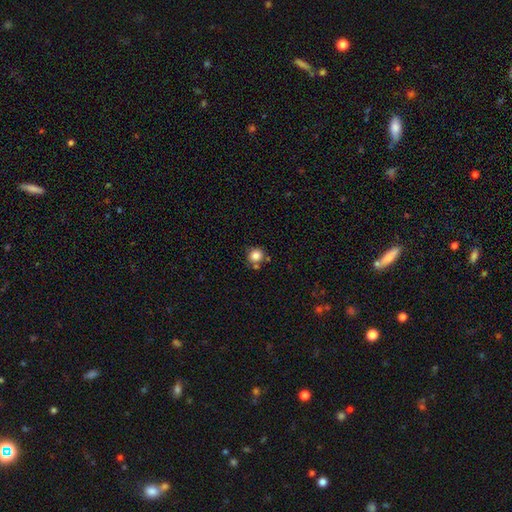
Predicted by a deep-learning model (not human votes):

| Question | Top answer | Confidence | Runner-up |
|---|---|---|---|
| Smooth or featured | smooth | 83% | star or artifact (11%) |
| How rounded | round | 89% | in between (10%) |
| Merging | none | 72% | minor disturbance (12%) |